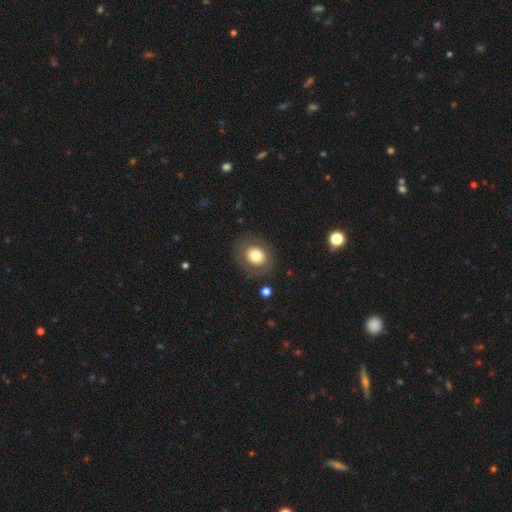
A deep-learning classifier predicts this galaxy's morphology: smooth_or_featured: smooth (p=0.74) [alt: featured or disk p=0.17]
how_rounded: round (p=0.68) [alt: in between p=0.31]
merging: none (p=0.83) [alt: minor disturbance p=0.10]